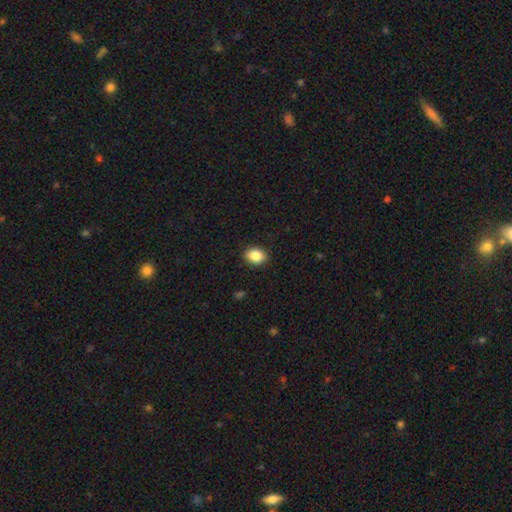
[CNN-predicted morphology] Overall: smooth (87%). How rounded: in between (67%; round 32%). Merging: none (89%).